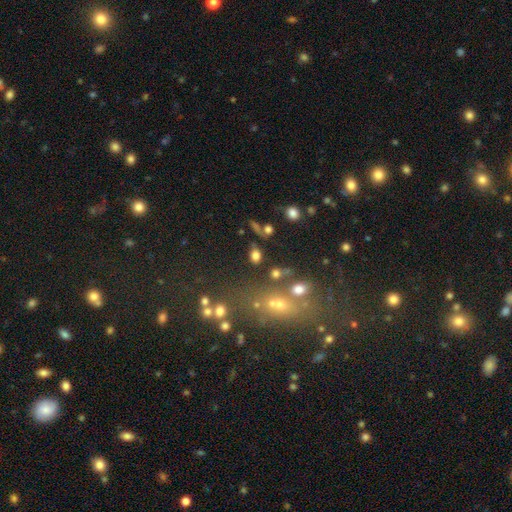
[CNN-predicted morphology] Smooth or featured: smooth — 71% (star or artifact — 17%)
How rounded: in between — 65% (round — 31%)
Merging: none — 67% (minor disturbance — 13%)